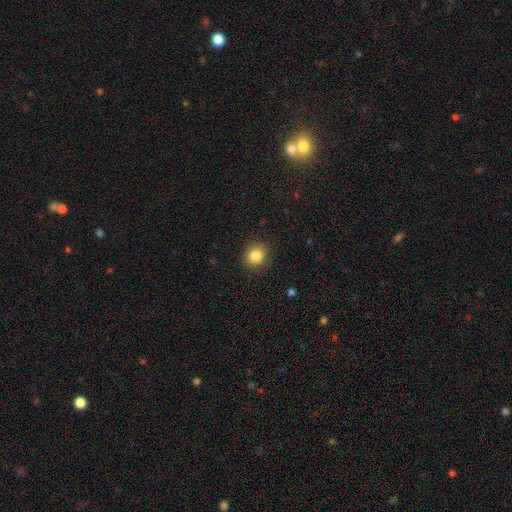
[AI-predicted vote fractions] Smooth or featured? Predicted: smooth (p=0.85). How rounded? Predicted: round (p=0.78). Merging? Predicted: none (p=0.88).